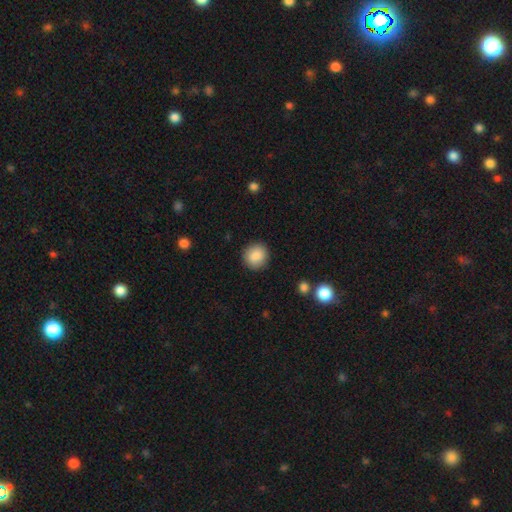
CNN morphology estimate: Smooth or featured?
  - smooth: 88% *
  - star or artifact: 8%
  - featured or disk: 4%
How rounded?
  - round: 90% *
  - in between: 9%
  - cigar-shaped: 1%
Merging?
  - none: 90% *
  - minor disturbance: 6%
  - major disturbance: 2%
  - merger: 1%